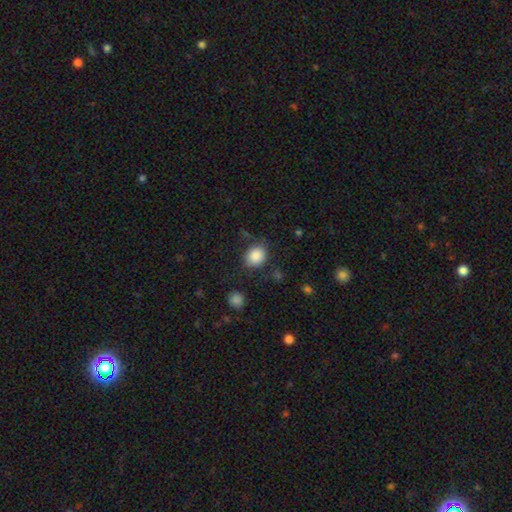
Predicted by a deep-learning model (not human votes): smooth_or_featured: smooth (p=0.87) [alt: star or artifact p=0.09]
how_rounded: round (p=0.58) [alt: in between p=0.41]
merging: none (p=0.73) [alt: minor disturbance p=0.17]